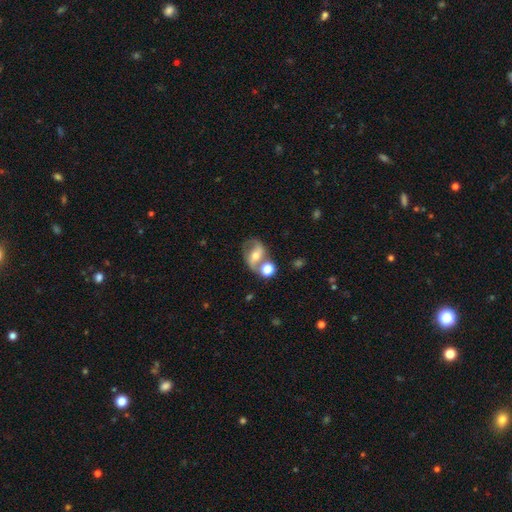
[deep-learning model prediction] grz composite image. It shows a featured or disk galaxy (65%) with a strong bar (36%), spiral arms (78%) and a moderate central bulge (62%). Merging: none (53%).